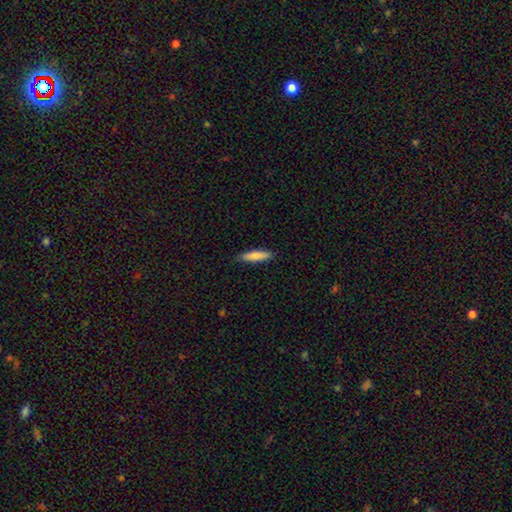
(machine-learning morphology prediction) The model was most divided on "how rounded": cigar-shaped: 80%, in between: 19%, round: 1%. More confident: merging — none (87%); smooth or featured — smooth (80%).